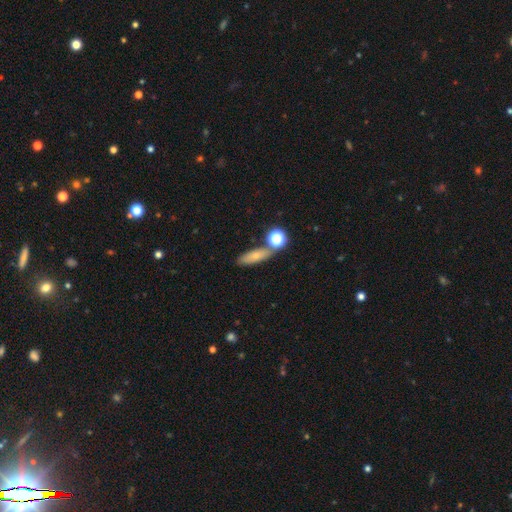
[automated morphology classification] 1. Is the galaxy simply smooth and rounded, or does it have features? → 72% smooth, 16% featured or disk, 12% star or artifact.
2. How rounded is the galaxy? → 47% cigar-shaped, 44% in between, 9% round.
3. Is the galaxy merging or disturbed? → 69% none, 15% merger, 12% minor disturbance, 4% major disturbance.